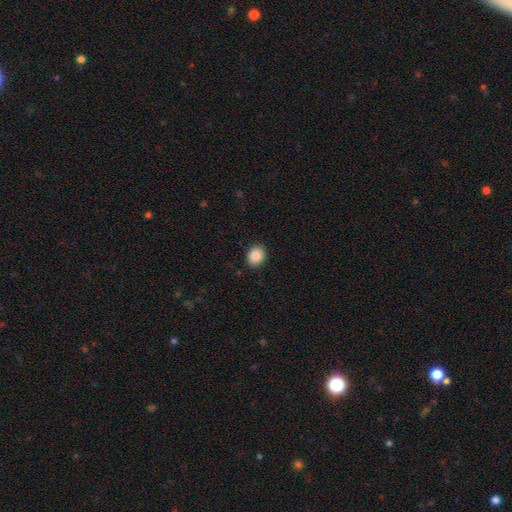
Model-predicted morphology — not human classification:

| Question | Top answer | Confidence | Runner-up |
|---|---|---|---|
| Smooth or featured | smooth | 87% | star or artifact (8%) |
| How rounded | round | 58% | in between (41%) |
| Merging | none | 91% | minor disturbance (7%) |